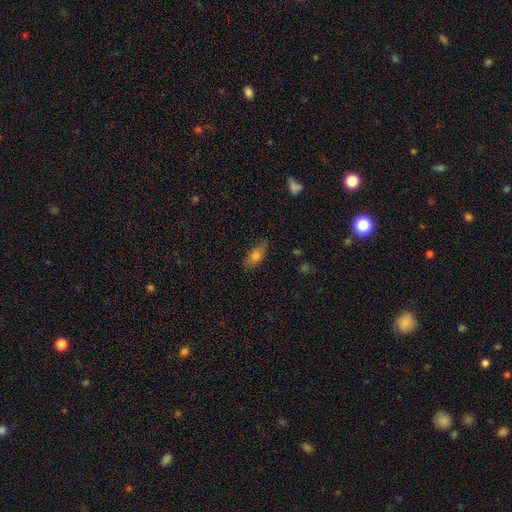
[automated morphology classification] This appears to be a smooth galaxy with no disk features (71%) that is in between round and cigar-shaped (78%). Merging: none (77%).